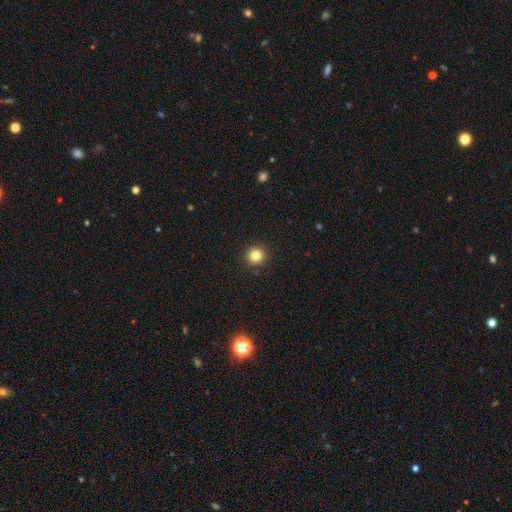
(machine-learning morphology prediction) Smooth or featured? smooth (81%)
How rounded? round (94%)
Merging? none (92%)